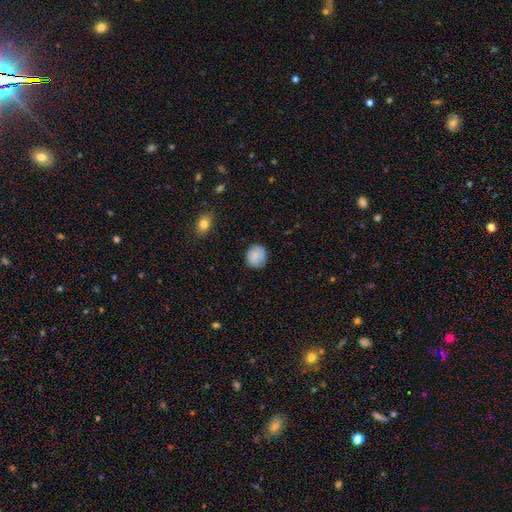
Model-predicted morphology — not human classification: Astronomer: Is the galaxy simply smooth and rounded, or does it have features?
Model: smooth — 85%.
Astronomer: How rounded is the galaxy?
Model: round — 81%.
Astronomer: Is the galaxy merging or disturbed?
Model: none — 83%.